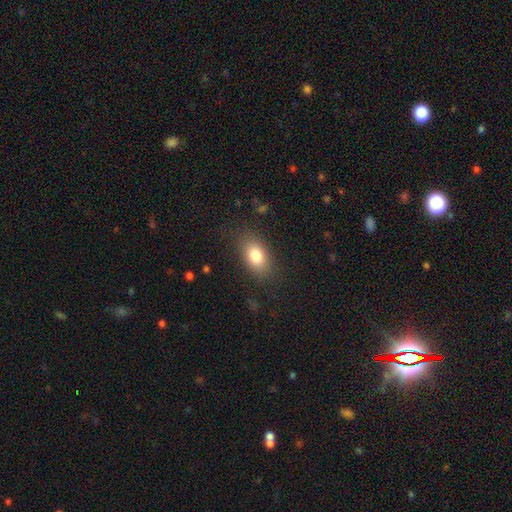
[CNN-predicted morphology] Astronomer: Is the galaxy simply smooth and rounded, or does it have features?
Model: smooth — 81%.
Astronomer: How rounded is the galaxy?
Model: in between — 86%.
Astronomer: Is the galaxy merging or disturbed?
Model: none — 81%.